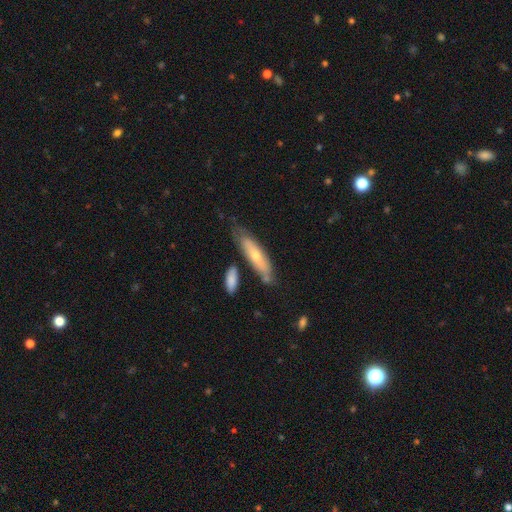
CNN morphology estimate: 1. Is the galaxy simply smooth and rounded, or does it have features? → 56% smooth, 38% featured or disk, 6% star or artifact.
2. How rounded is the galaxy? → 65% cigar-shaped, 33% in between, 2% round.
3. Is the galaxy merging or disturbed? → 61% none, 24% minor disturbance, 9% merger, 6% major disturbance.